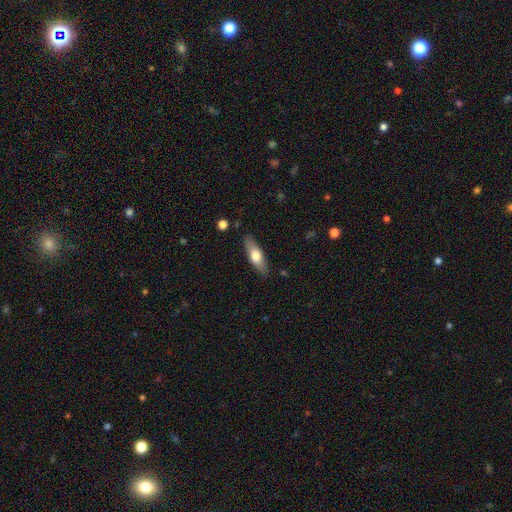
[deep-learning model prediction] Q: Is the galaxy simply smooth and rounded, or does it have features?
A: smooth — 60%.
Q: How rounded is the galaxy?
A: in between — 56%.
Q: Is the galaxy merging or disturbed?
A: none — 85%.